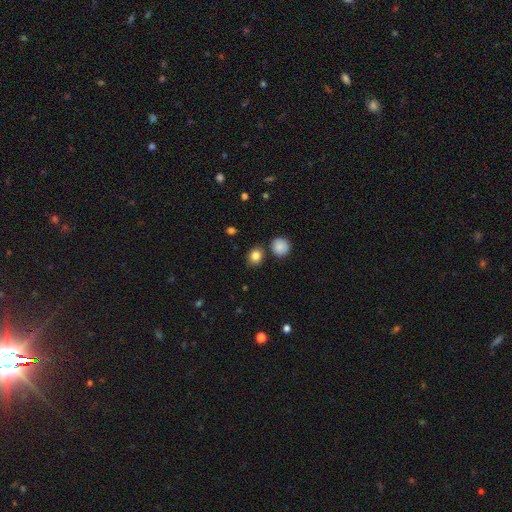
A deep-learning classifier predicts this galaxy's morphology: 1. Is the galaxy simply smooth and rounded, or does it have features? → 84% smooth, 11% star or artifact, 6% featured or disk.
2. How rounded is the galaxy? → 67% round, 32% in between, 1% cigar-shaped.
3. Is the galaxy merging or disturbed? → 81% none, 10% minor disturbance, 7% merger, 3% major disturbance.